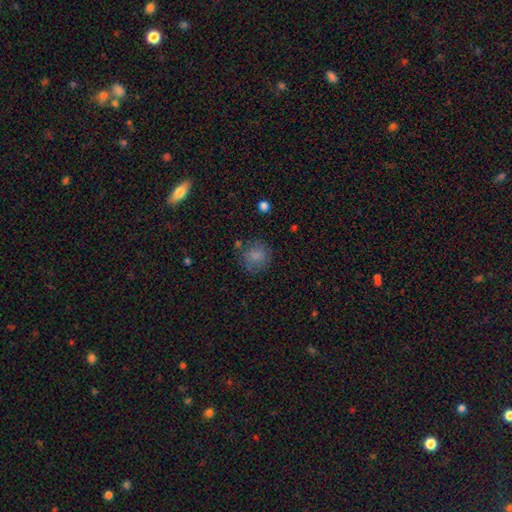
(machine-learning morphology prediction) smooth-or-featured: smooth: 77% | star or artifact: 12% | featured or disk: 11%
  how-rounded: round: 83% | in between: 16% | cigar-shaped: 1%
  merging: none: 72% | minor disturbance: 17% | major disturbance: 8% | merger: 3%